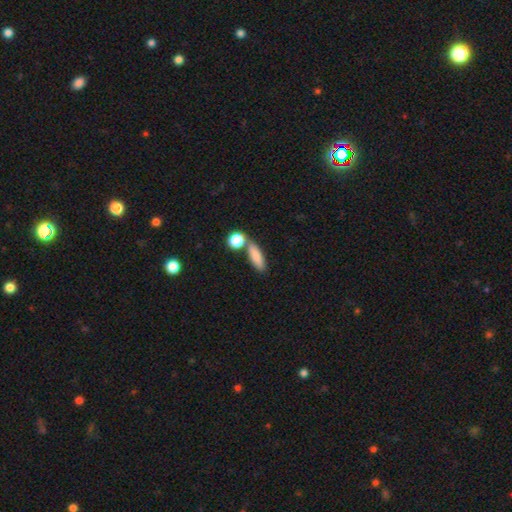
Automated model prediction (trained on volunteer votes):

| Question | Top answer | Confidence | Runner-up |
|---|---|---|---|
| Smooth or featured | smooth | 84% | featured or disk (8%) |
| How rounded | in between | 57% | cigar-shaped (36%) |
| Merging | none | 61% | merger (23%) |